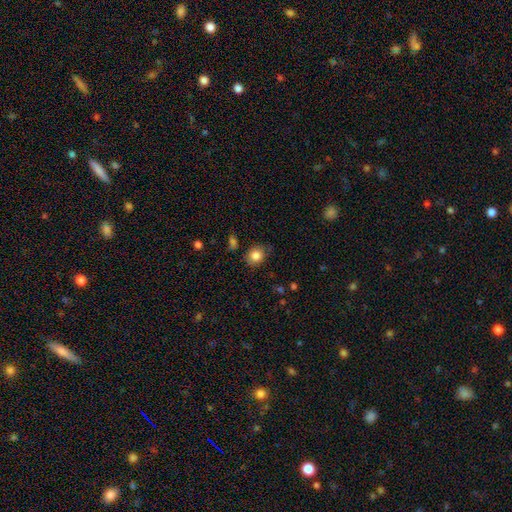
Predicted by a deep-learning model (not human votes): Q: Smooth or featured?
A: smooth (84%); runner-up: star or artifact (9%)
Q: How rounded?
A: round (63%); runner-up: in between (36%)
Q: Merging?
A: none (77%); runner-up: minor disturbance (17%)